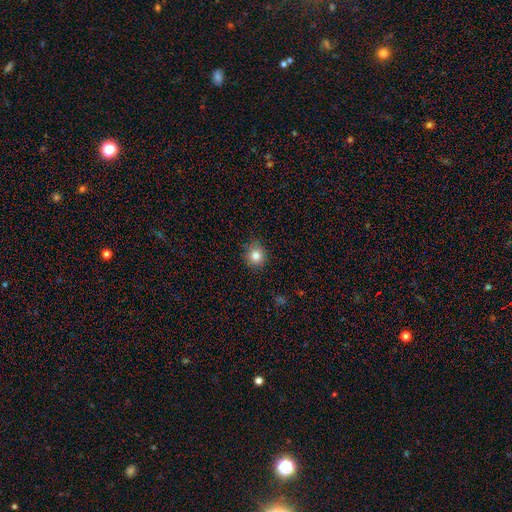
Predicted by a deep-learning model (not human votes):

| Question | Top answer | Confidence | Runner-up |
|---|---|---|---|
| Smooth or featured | smooth | 82% | star or artifact (11%) |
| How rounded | round | 85% | in between (14%) |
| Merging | none | 86% | minor disturbance (11%) |